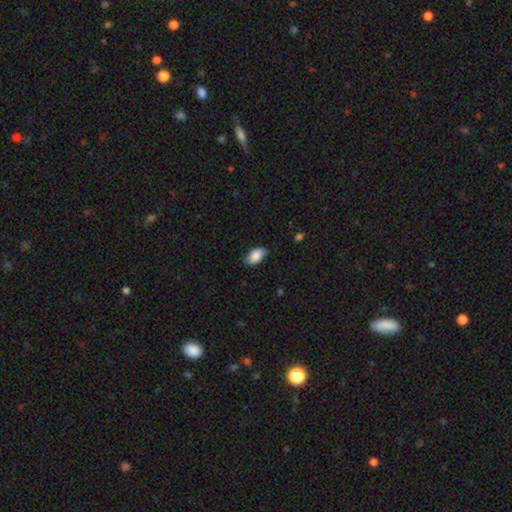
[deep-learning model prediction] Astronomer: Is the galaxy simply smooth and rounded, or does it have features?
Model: smooth — 87%.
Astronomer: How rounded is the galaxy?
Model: in between — 91%.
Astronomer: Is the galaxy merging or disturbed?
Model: none — 75%.